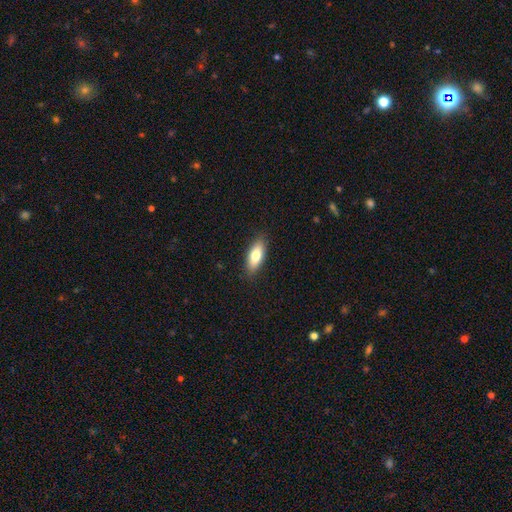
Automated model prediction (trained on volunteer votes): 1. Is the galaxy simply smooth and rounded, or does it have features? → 77% smooth, 17% featured or disk, 6% star or artifact.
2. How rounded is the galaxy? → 74% in between, 24% cigar-shaped, 2% round.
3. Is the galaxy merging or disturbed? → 88% none, 9% minor disturbance, 2% major disturbance, 1% merger.